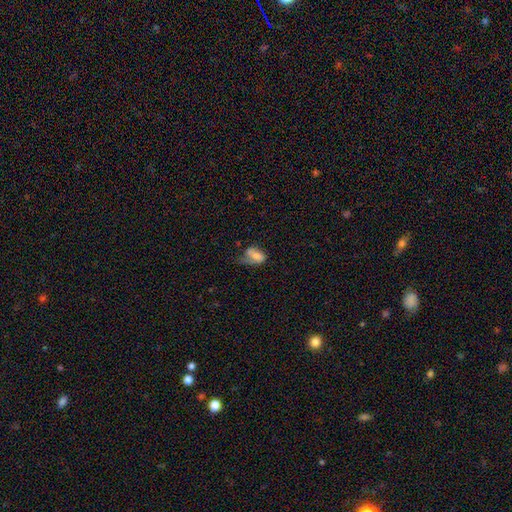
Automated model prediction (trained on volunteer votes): A smooth galaxy with no disk features (63%) that is in between round and cigar-shaped (86%). Merging: major disturbance (37%).